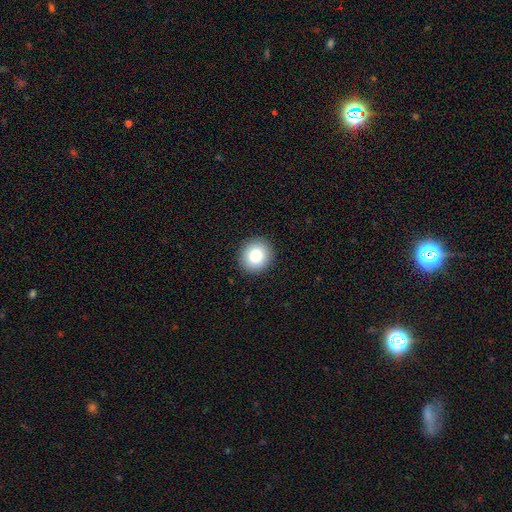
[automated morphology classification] A smooth galaxy with no disk features (85%) that is round (88%). Merging: none (91%).